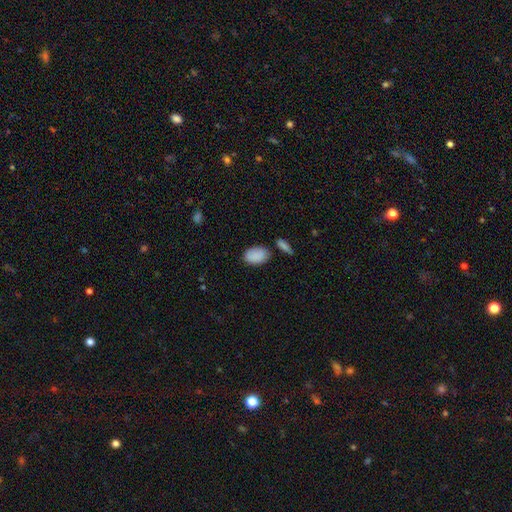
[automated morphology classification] Overall: smooth (89%). How rounded: in between (91%). Merging: none (72%).